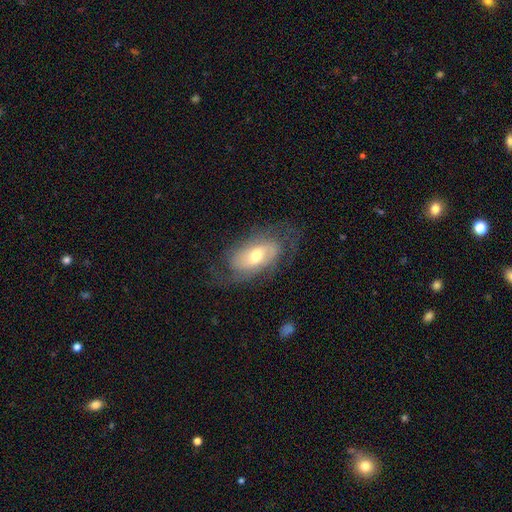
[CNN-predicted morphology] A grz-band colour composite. It shows a featured or disk galaxy (71%) with no bar (43%), 2 (61%) medium (41%) spiral arms (85%) and a moderate central bulge (69%). Merging: none (66%).